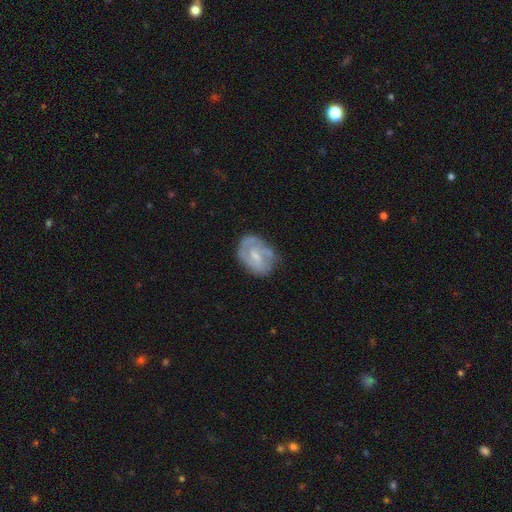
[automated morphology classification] This is likely a featured or disk galaxy (69%). It is clearly not viewed edge-on (97%). Bar: possibly weak (53%). Spiral arm pattern: likely yes (80%). Spiral arm count: possibly 2 (51%). Spiral winding: possibly tight (46%). Central bulge: possibly small (45%). Merging: likely none (61%).